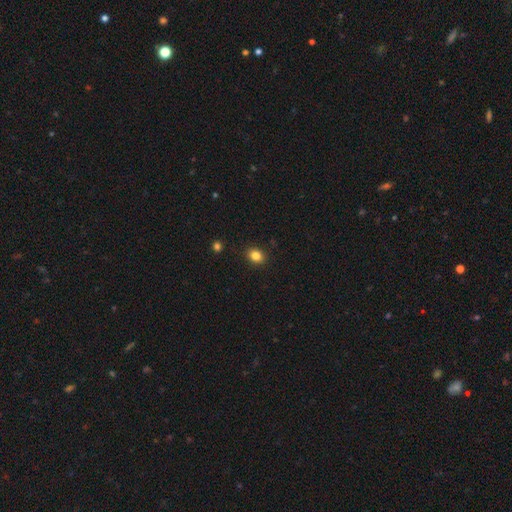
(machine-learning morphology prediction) Overall: smooth (84%). How rounded: round (50%; in between 49%). Merging: none (90%).